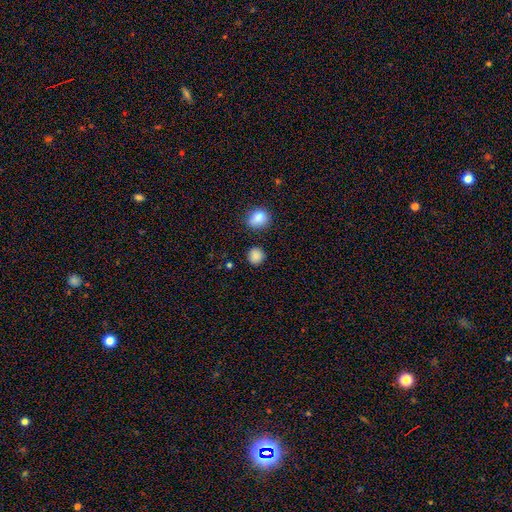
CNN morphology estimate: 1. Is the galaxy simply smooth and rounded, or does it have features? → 86% smooth, 10% star or artifact, 4% featured or disk.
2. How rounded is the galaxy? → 89% round, 10% in between, 1% cigar-shaped.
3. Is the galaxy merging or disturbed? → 86% none, 8% minor disturbance, 3% merger, 2% major disturbance.